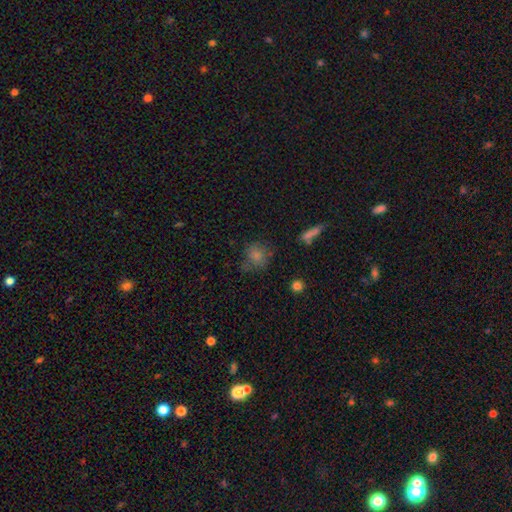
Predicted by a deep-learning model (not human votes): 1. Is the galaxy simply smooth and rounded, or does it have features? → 66% smooth, 19% star or artifact, 15% featured or disk.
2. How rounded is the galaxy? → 79% round, 19% in between, 2% cigar-shaped.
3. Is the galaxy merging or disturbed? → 69% none, 19% minor disturbance, 8% major disturbance, 4% merger.